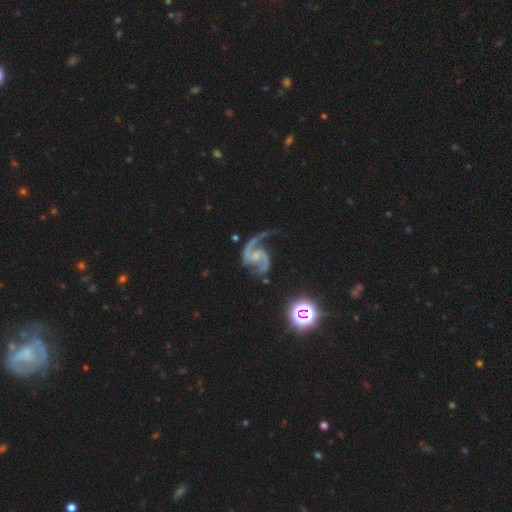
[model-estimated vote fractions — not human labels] smooth-or-featured: featured or disk: 92% | star or artifact: 5% | smooth: 3%
  disk-edge-on: no: 98% | yes: 2%
    bar: no: 52% | weak: 38% | strong: 10%
    has-spiral-arms: yes: 98% | no: 2%
      spiral-winding: medium: 55% | loose: 34% | tight: 11%
      spiral-arm-count: 2: 92% | 1: 3% | can't tell: 2% | 3: 2% | 4: 1% | more than 4: 1%
    bulge-size: small: 62% | moderate: 24% | none: 12% | large: 1% | dominant: 1%
  merging: none: 59% | minor disturbance: 20% | major disturbance: 17% | merger: 4%